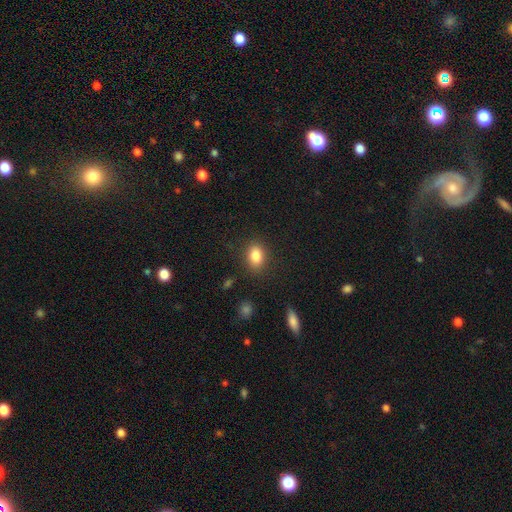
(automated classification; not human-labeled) Smooth or featured?
  - smooth: 85% *
  - star or artifact: 9%
  - featured or disk: 6%
How rounded?
  - in between: 76% *
  - round: 22%
  - cigar-shaped: 2%
Merging?
  - none: 86% *
  - minor disturbance: 10%
  - major disturbance: 3%
  - merger: 2%